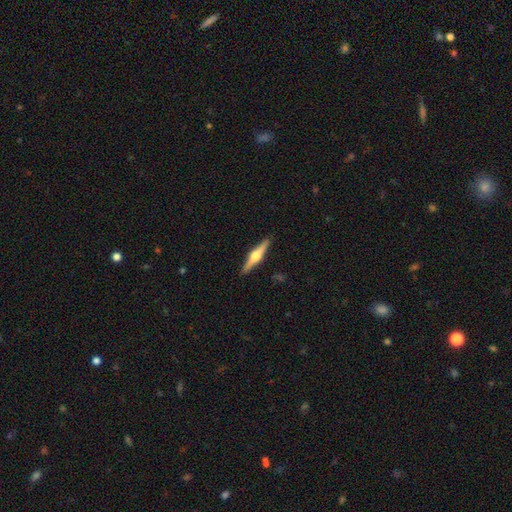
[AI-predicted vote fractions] featured or disk 74%, smooth 21%, star or artifact 5%. Down the decision tree: edge-on disk — yes (98%); edge-on bulge — rounded (95%); merging — none (91%).